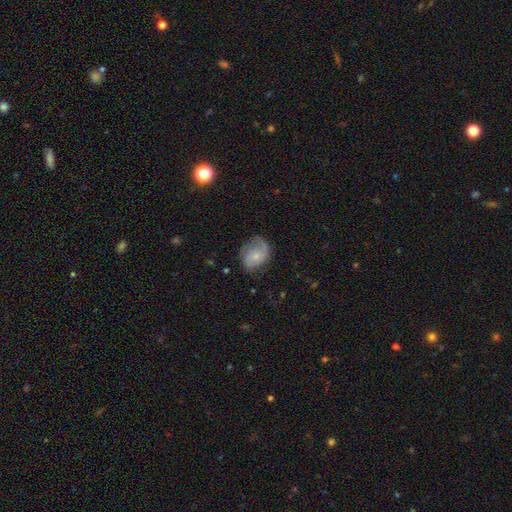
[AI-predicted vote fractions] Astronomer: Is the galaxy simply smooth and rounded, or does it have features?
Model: featured or disk — 51% (runner-up: smooth, 42%).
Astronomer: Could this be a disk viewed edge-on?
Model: no — 97%.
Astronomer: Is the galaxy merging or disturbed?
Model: none — 58%.